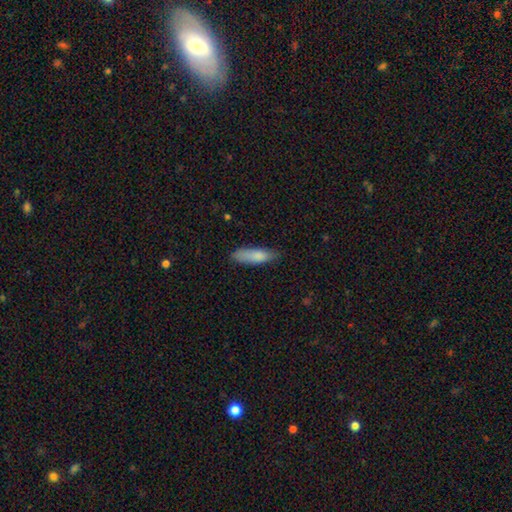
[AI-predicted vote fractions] This is clearly a smooth galaxy (83%). How rounded: possibly cigar-shaped (58%). Merging: likely none (75%).